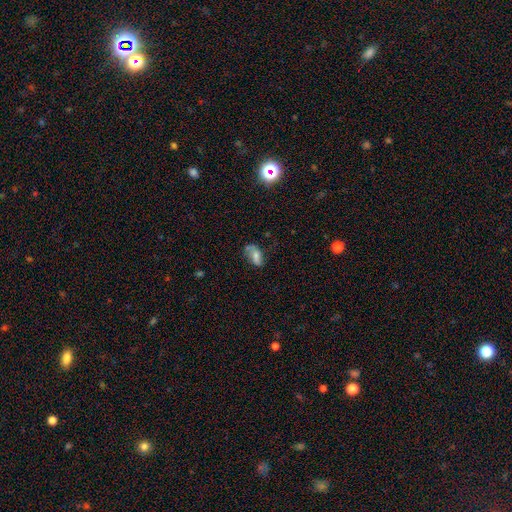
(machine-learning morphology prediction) featured or disk 47%, smooth 43%, star or artifact 10%. Down the decision tree: merging — none (55%).